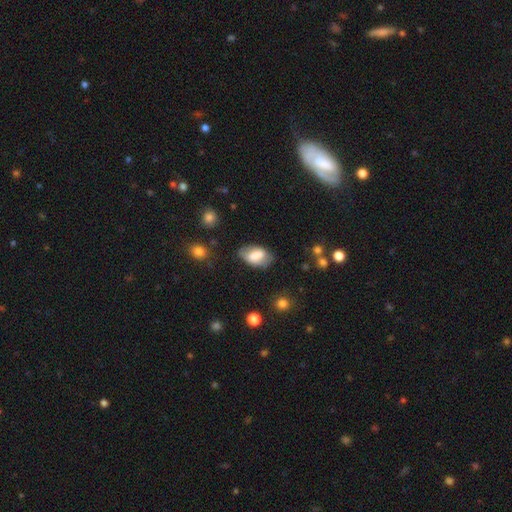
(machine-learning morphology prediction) smooth 63%, featured or disk 30%, star or artifact 8%. Down the decision tree: how rounded — in between (92%); merging — none (67%).